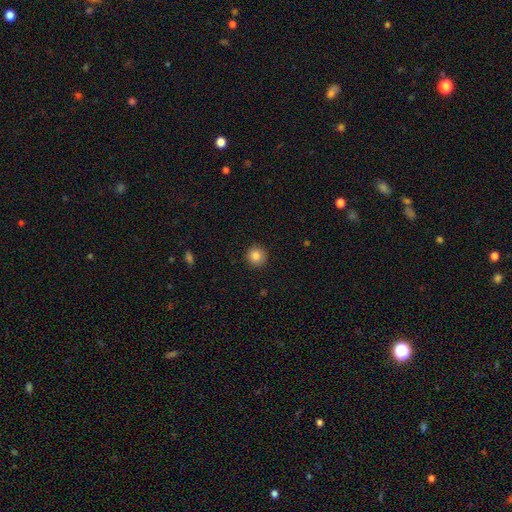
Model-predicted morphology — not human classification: A smooth galaxy with no disk features (85%) that is round (94%).

Vote fractions:
- Smooth or featured? smooth: 85% / star or artifact: 10% / featured or disk: 5%
- How rounded? round: 94% / in between: 5% / cigar-shaped: 1%
- Merging? none: 92% / minor disturbance: 5% / major disturbance: 2% / merger: 1%